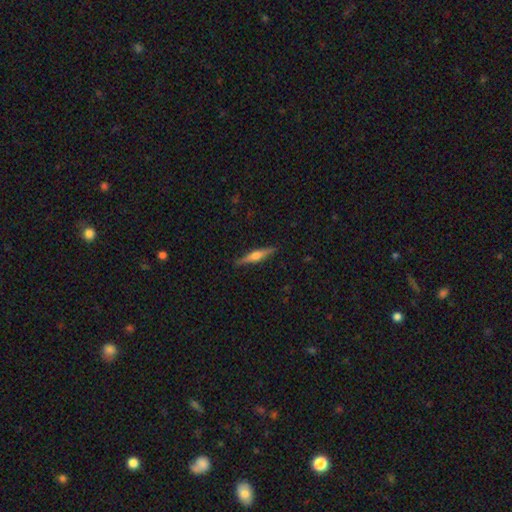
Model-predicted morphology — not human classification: featured or disk 62%, smooth 32%, star or artifact 6%. Down the decision tree: edge-on disk — yes (97%); edge-on bulge — rounded (87%); merging — none (90%).